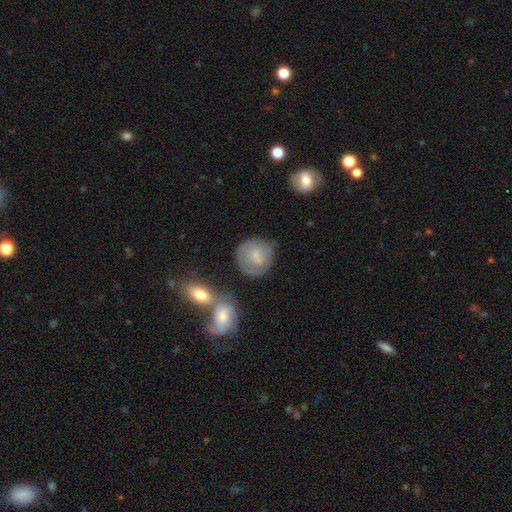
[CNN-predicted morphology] Smooth or featured? Predicted: smooth (p=0.69). How rounded? Predicted: round (p=0.86). Merging? Predicted: none (p=0.59).